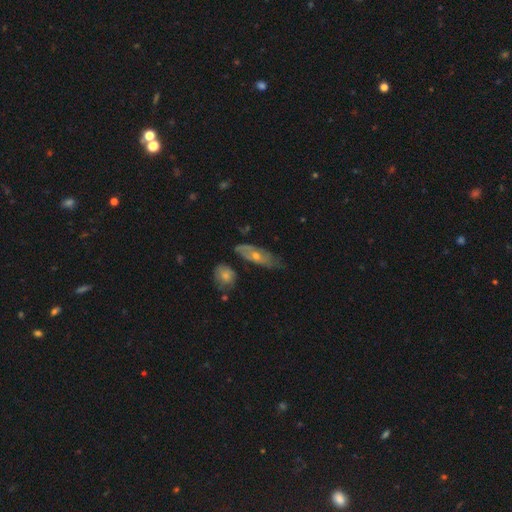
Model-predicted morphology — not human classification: A featured or disk galaxy (58%).

Vote fractions:
- Smooth or featured? featured or disk: 58% / smooth: 33% / star or artifact: 9%
- Edge-on disk? no: 71% / yes: 29%
- Merging? none: 62% / minor disturbance: 25% / major disturbance: 7% / merger: 6%